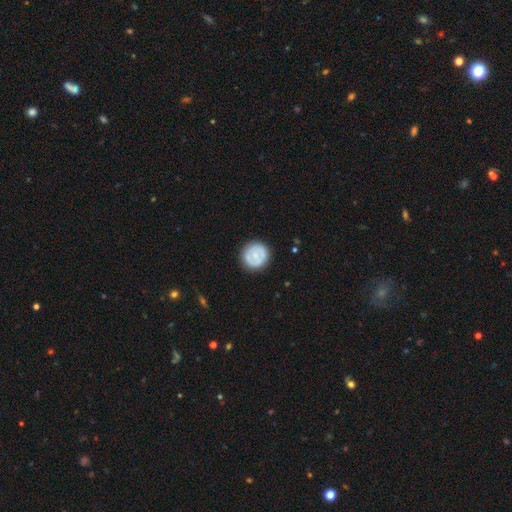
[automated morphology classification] Q: Smooth or featured?
A: smooth (58%); runner-up: featured or disk (35%)
Q: How rounded?
A: round (93%); runner-up: in between (6%)
Q: Merging?
A: none (87%); runner-up: minor disturbance (9%)